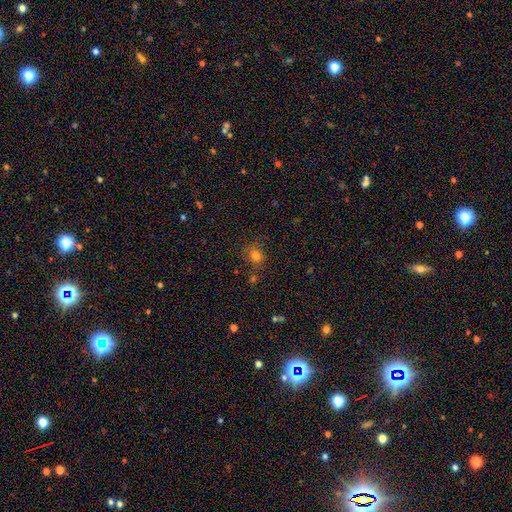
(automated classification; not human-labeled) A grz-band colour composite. It shows a smooth galaxy with no disk features (75%) that is round (70%). Merging: none (71%).